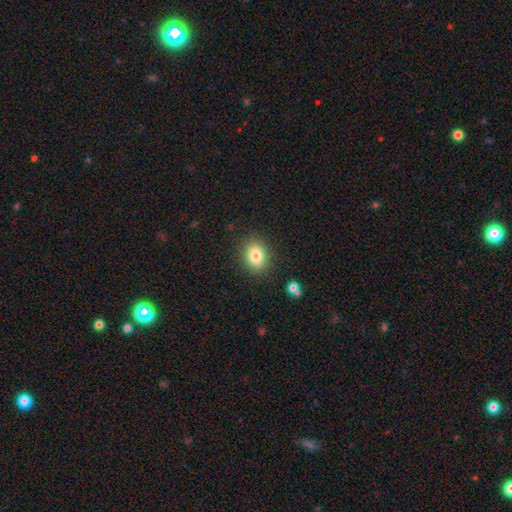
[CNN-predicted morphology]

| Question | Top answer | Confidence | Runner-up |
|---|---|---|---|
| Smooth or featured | smooth | 82% | star or artifact (10%) |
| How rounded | in between | 50% | round (49%) |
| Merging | none | 87% | minor disturbance (9%) |